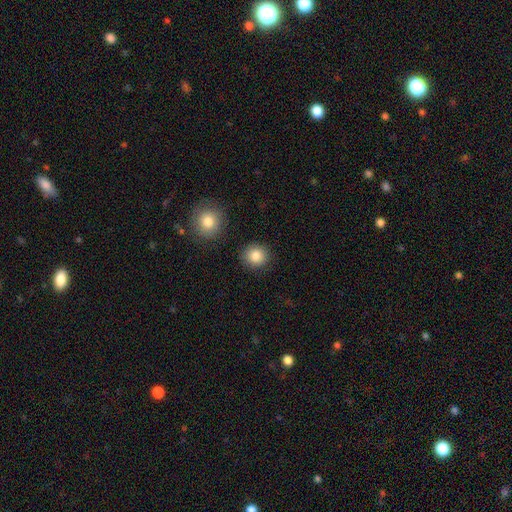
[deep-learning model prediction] A smooth galaxy with no disk features (84%) that is round (88%). Merging: none (88%).